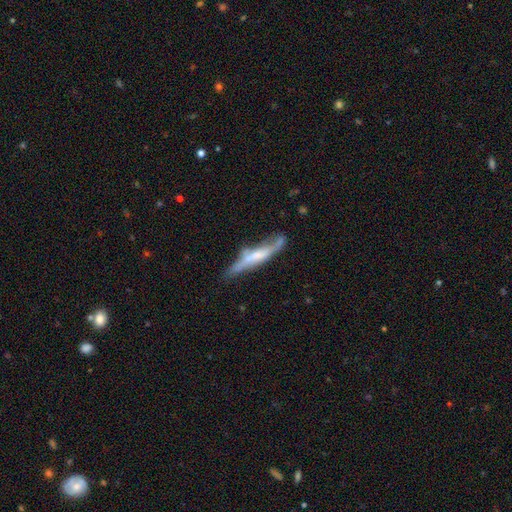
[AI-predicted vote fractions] Smooth or featured: featured or disk — 60% (smooth — 33%)
Edge-on disk: yes — 75% (no — 25%)
Merging: none — 50% (minor disturbance — 27%)